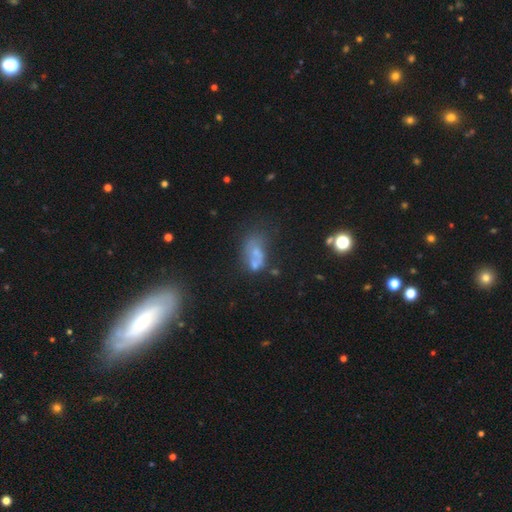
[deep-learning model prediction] Smooth or featured?
  - smooth: 47% *
  - featured or disk: 33%
  - star or artifact: 20%
Merging?
  - merger: 37% *
  - none: 27%
  - major disturbance: 19%
  - minor disturbance: 17%